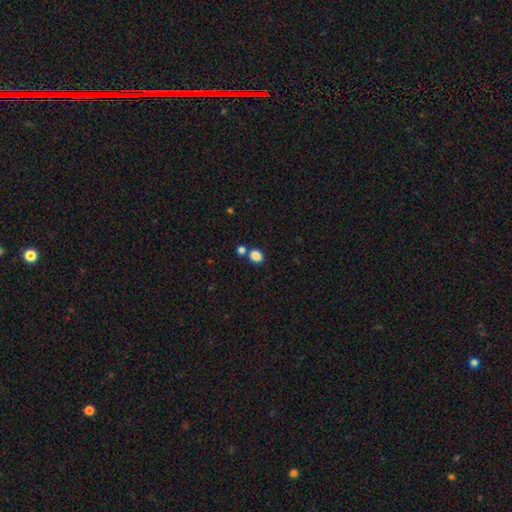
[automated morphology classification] Overall: smooth (85%). How rounded: round (50%; in between 49%). Merging: none (68%).